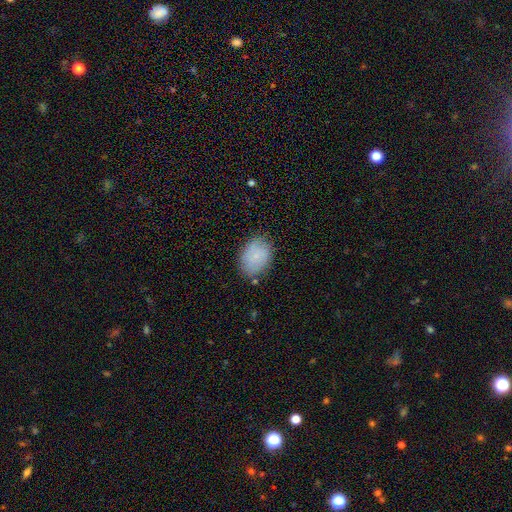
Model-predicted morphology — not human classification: This appears to be a smooth galaxy with no disk features (73%) that is in between round and cigar-shaped (79%). Merging: none (73%).